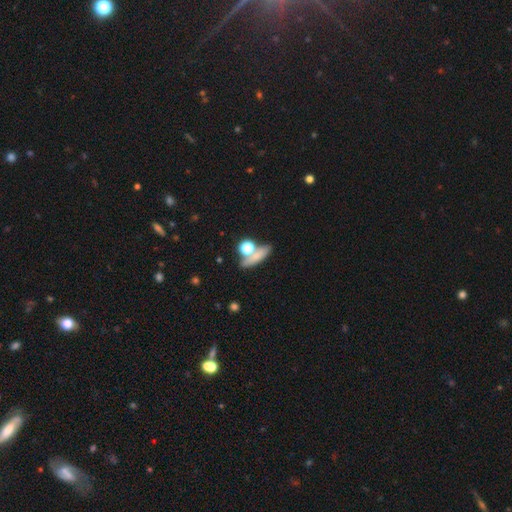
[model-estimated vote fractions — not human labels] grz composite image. It shows a smooth galaxy with no disk features (70%) that is cigar-shaped (40%). Merging: none (59%).